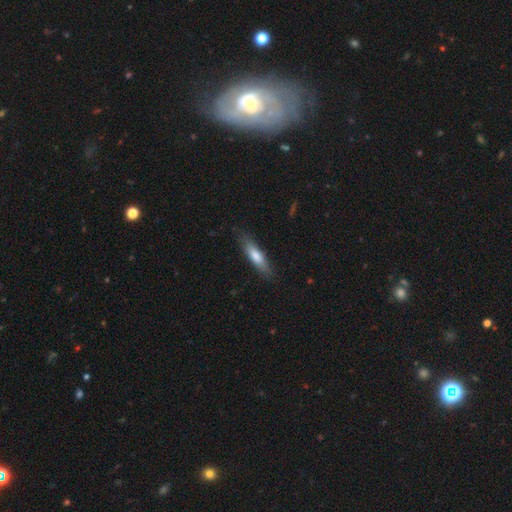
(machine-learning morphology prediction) Smooth or featured?
  - smooth: 71% *
  - featured or disk: 23%
  - star or artifact: 6%
How rounded?
  - cigar-shaped: 72% *
  - in between: 26%
  - round: 2%
Merging?
  - none: 82% *
  - minor disturbance: 14%
  - major disturbance: 3%
  - merger: 1%